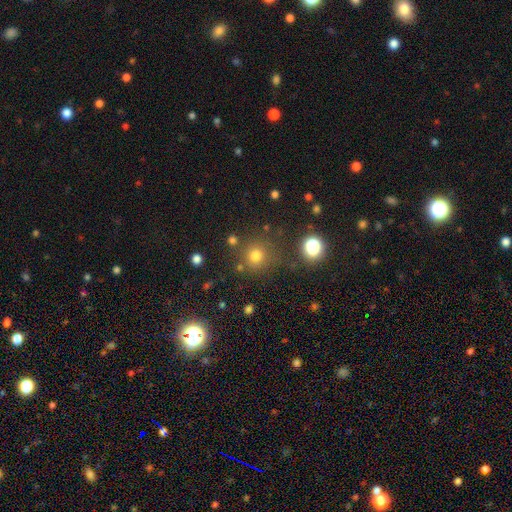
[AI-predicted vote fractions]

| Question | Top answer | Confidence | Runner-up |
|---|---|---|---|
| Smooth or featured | smooth | 74% | star or artifact (19%) |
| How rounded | round | 93% | in between (6%) |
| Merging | none | 80% | minor disturbance (9%) |